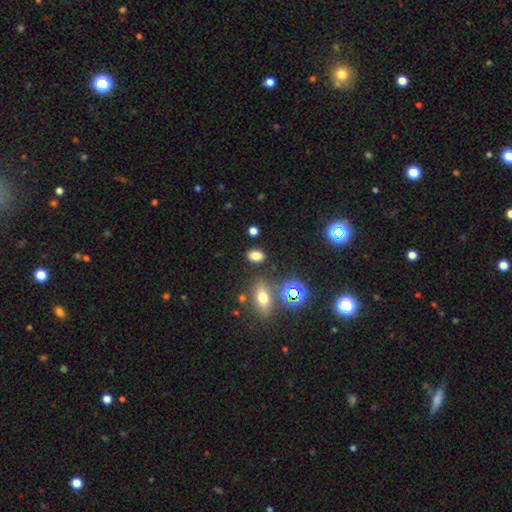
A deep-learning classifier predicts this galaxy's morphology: Q: Smooth or featured?
A: smooth (76%); runner-up: star or artifact (17%)
Q: How rounded?
A: in between (83%); runner-up: round (15%)
Q: Merging?
A: none (82%); runner-up: minor disturbance (10%)